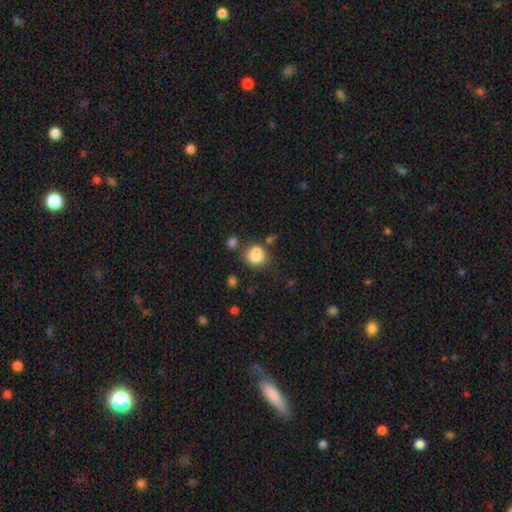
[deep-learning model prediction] Smooth or featured: smooth — 79% (star or artifact — 11%)
How rounded: round — 69% (in between — 30%)
Merging: none — 50% (merger — 25%)